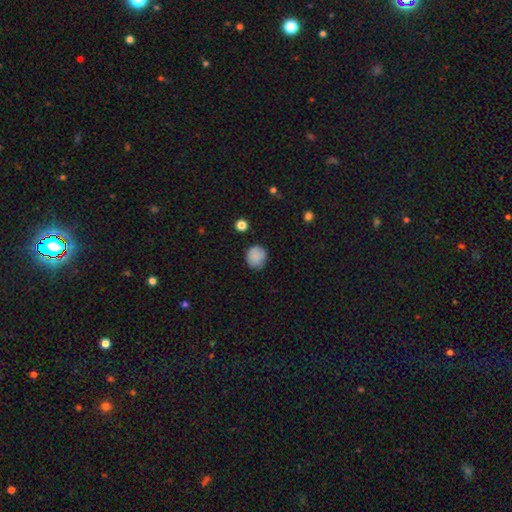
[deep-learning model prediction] Overall: smooth (86%). How rounded: round (85%). Merging: none (83%).